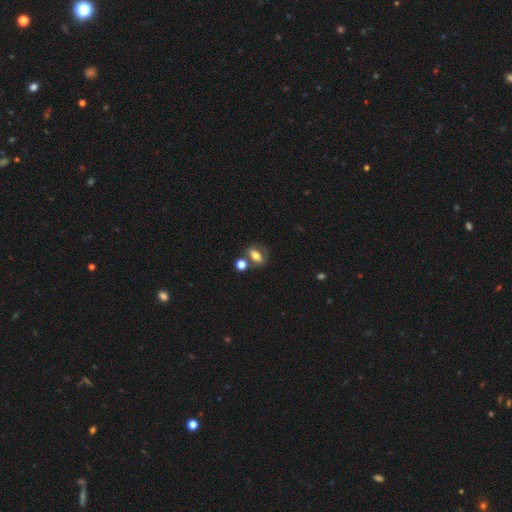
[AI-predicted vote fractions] smooth_or_featured: smooth (p=0.67) [alt: featured or disk p=0.22]
how_rounded: in between (p=0.76) [alt: round p=0.17]
merging: none (p=0.57) [alt: merger p=0.19]